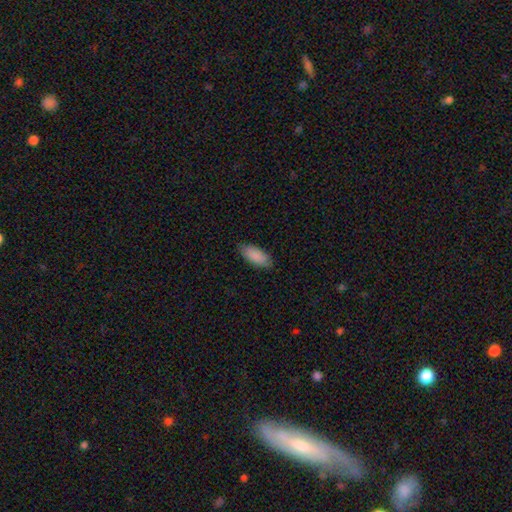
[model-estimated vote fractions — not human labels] Smooth or featured? smooth (89%)
How rounded? in between (86%)
Merging? none (85%)